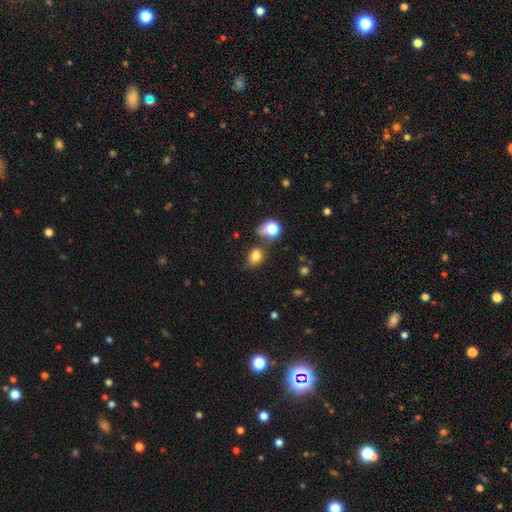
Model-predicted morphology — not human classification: smooth 77%, star or artifact 14%, featured or disk 9%. Down the decision tree: how rounded — round (52%); merging — none (59%).